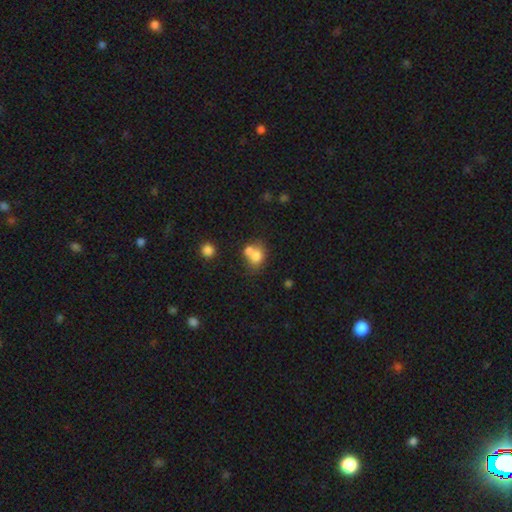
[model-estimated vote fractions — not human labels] Smooth or featured: smooth — 73% (featured or disk — 16%)
How rounded: round — 57% (in between — 42%)
Merging: merger — 51% (none — 35%)